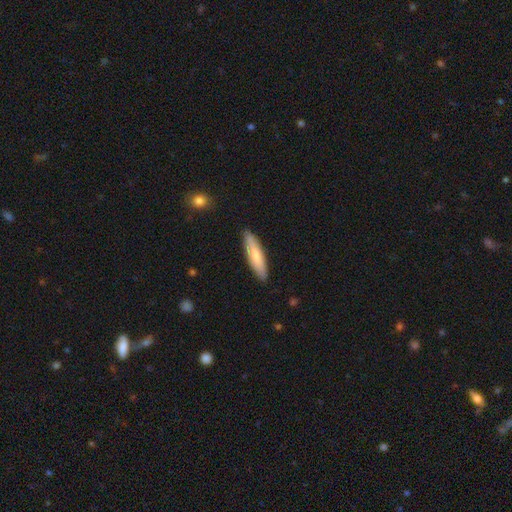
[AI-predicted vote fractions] Smooth or featured: smooth — 73% (featured or disk — 22%)
How rounded: cigar-shaped — 73% (in between — 25%)
Merging: none — 88% (minor disturbance — 10%)